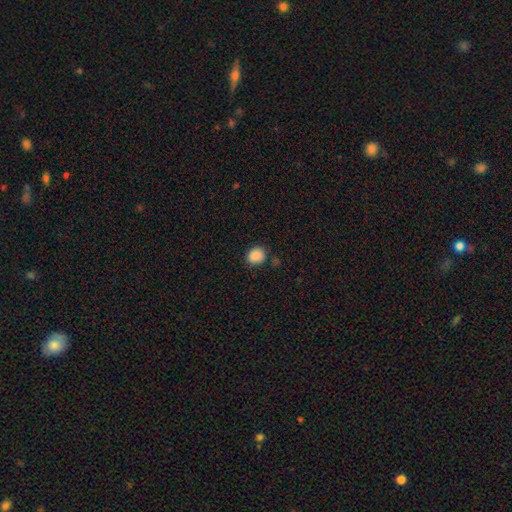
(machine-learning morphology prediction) The model was most divided on "how rounded": round: 74%, in between: 25%, cigar-shaped: 1%. More confident: smooth or featured — smooth (88%); merging — none (82%).